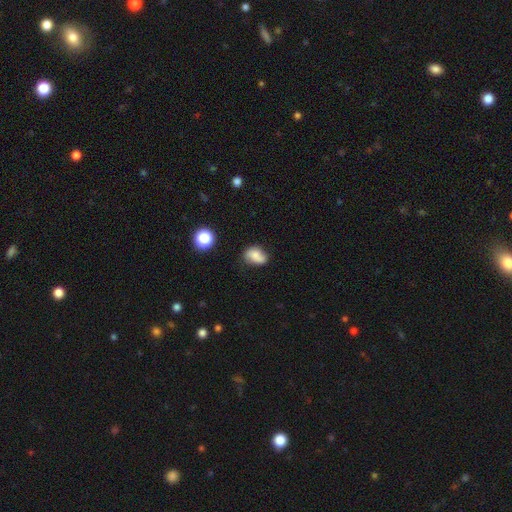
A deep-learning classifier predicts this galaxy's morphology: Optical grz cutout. It shows a smooth galaxy with no disk features (73%) that is in between round and cigar-shaped (72%). Merging: none (56%).